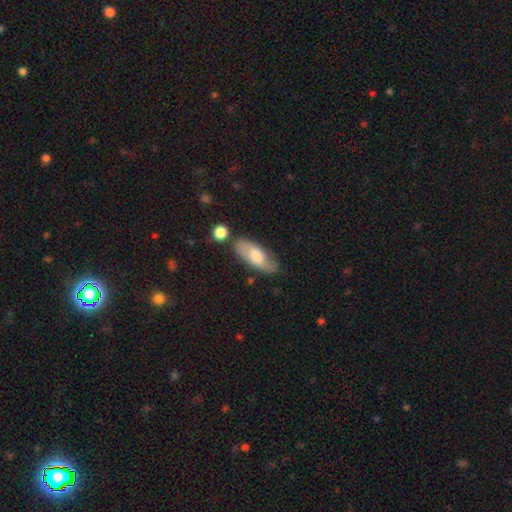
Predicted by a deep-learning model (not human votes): Smooth or featured: smooth — 59% (featured or disk — 35%)
How rounded: in between — 75% (cigar-shaped — 22%)
Merging: none — 74% (minor disturbance — 17%)